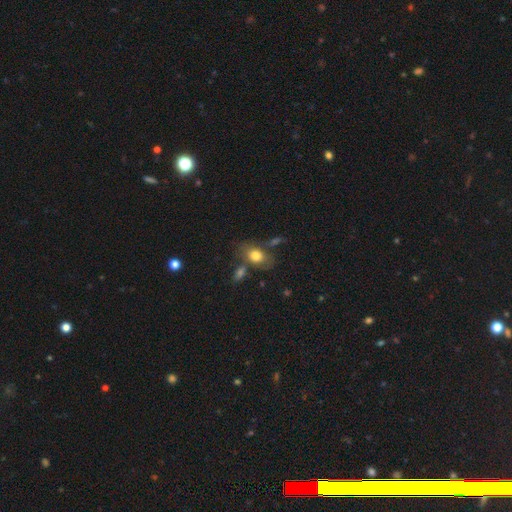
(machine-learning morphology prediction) A smooth galaxy with no disk features (75%) that is in between round and cigar-shaped (80%). Merging: none (59%).